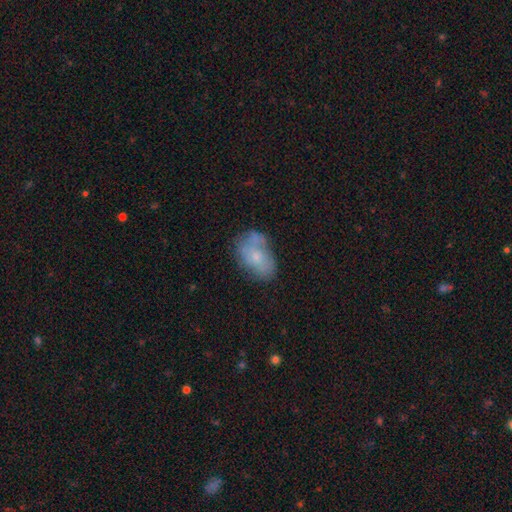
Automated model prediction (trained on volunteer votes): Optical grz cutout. It shows a smooth galaxy with no disk features (60%) that is in between round and cigar-shaped (89%). Merging: none (46%).